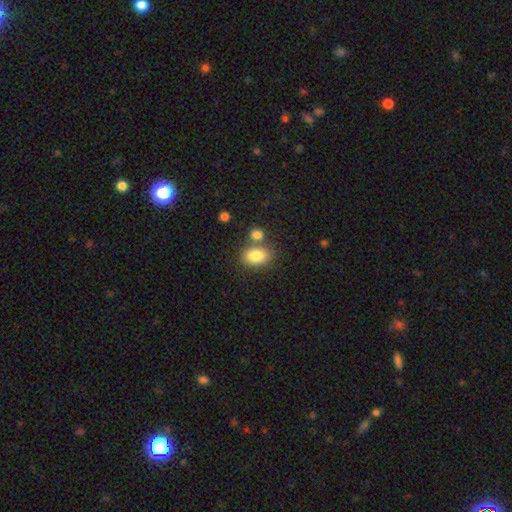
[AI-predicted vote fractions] A smooth galaxy with no disk features (83%) that is in between round and cigar-shaped (77%). Merging: none (61%).